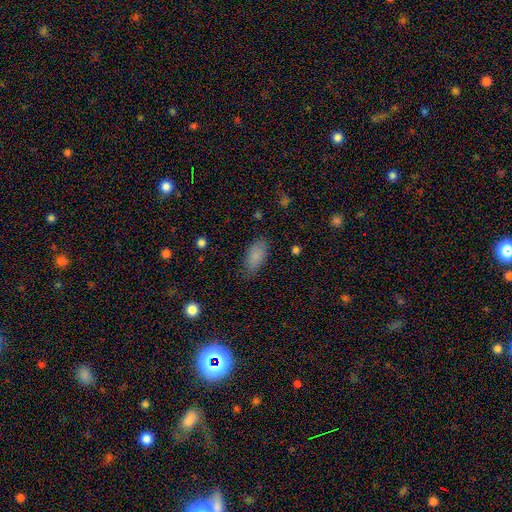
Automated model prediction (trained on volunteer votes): Smooth or featured: smooth — 85% (star or artifact — 9%)
How rounded: in between — 90% (cigar-shaped — 7%)
Merging: none — 77% (minor disturbance — 17%)